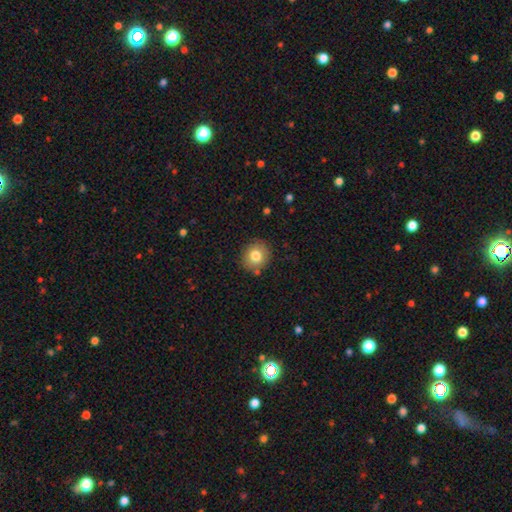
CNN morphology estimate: Overall: smooth (79%). How rounded: round (82%). Merging: none (86%).